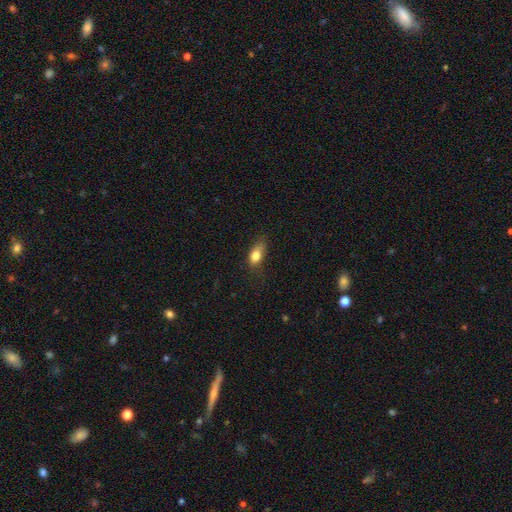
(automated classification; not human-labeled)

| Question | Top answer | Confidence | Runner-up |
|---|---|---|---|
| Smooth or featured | smooth | 81% | featured or disk (10%) |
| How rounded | in between | 81% | round (12%) |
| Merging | none | 56% | minor disturbance (31%) |